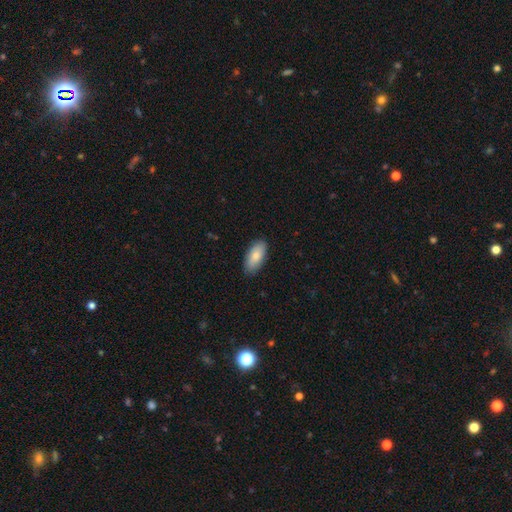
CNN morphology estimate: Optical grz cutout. It shows a smooth galaxy with no disk features (80%) that is in between round and cigar-shaped (90%). Merging: none (86%).